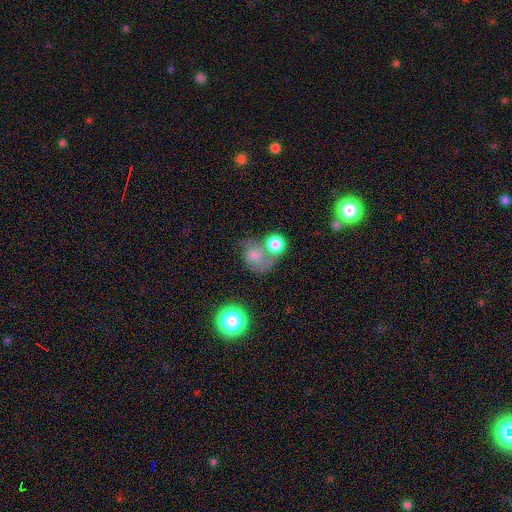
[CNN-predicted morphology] type=smooth (62%); roundness=round (61%); merging=merger (46%).